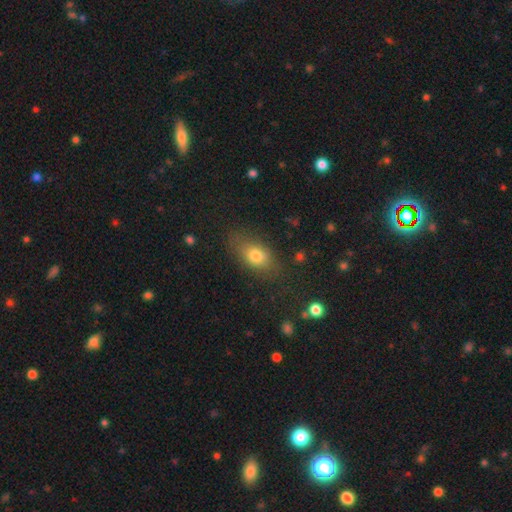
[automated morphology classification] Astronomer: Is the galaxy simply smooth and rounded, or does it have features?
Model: smooth — 76%.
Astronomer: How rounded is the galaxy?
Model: in between — 78%.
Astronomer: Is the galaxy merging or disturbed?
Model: none — 73%.